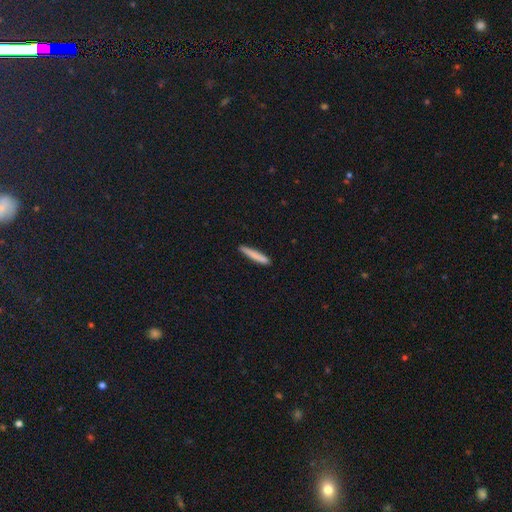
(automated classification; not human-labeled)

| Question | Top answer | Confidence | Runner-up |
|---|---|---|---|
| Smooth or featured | smooth | 82% | featured or disk (13%) |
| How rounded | cigar-shaped | 95% | in between (4%) |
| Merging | none | 89% | minor disturbance (9%) |